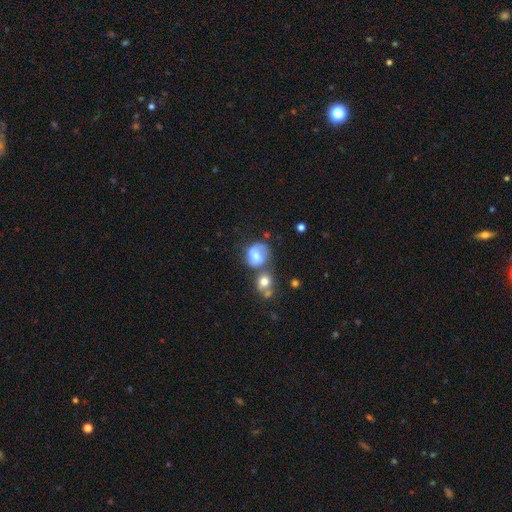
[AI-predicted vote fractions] A smooth galaxy with no disk features (52%) that is round (67%). Merging: none (39%).